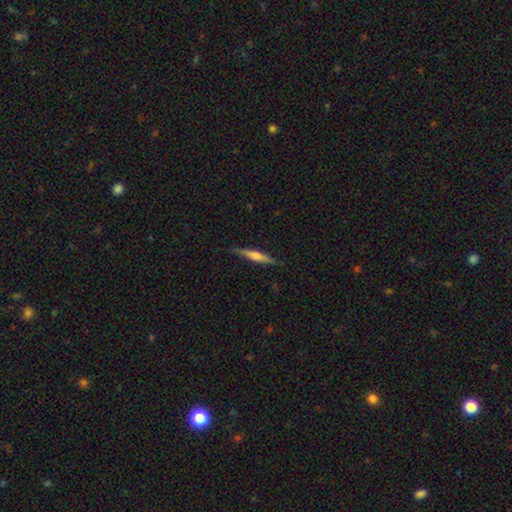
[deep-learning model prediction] smooth_or_featured: featured or disk (p=0.56) [alt: smooth p=0.37]
disk_edge_on: yes (p=0.97) [alt: no p=0.03]
edge_on_bulge: rounded (p=0.66) [alt: none p=0.18]
merging: none (p=0.86) [alt: minor disturbance p=0.11]